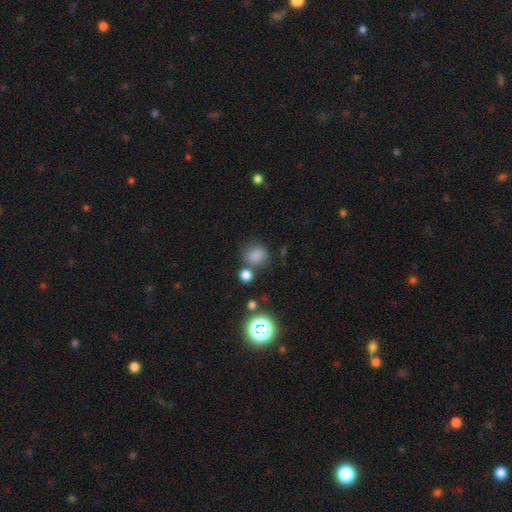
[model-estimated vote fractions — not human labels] smooth-or-featured: smooth: 79% | star or artifact: 15% | featured or disk: 6%
  how-rounded: round: 74% | in between: 25% | cigar-shaped: 1%
  merging: none: 64% | minor disturbance: 16% | merger: 13% | major disturbance: 6%